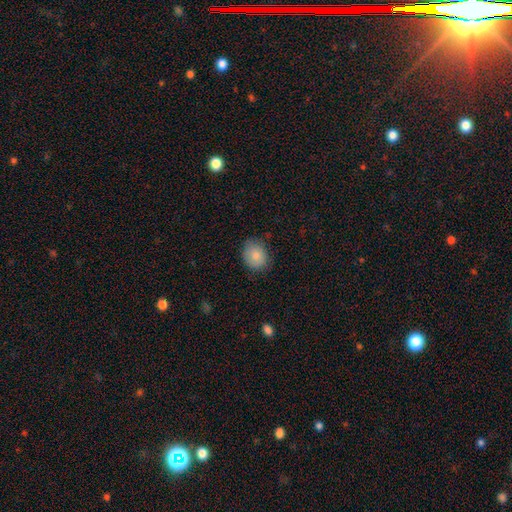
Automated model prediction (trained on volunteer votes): Q: Smooth or featured?
A: smooth (86%); runner-up: star or artifact (8%)
Q: How rounded?
A: round (60%); runner-up: in between (39%)
Q: Merging?
A: none (78%); runner-up: minor disturbance (18%)